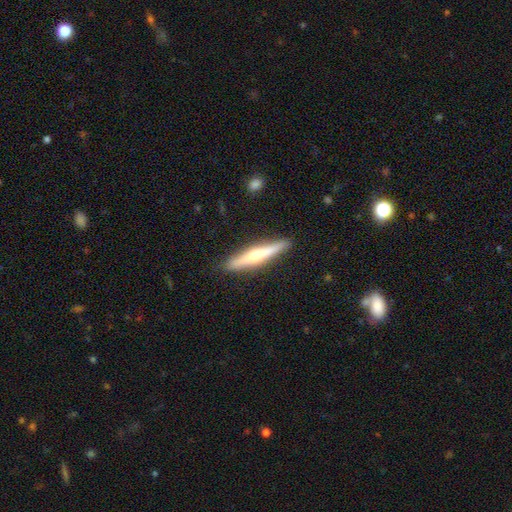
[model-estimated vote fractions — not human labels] smooth_or_featured: featured or disk (p=0.65) [alt: smooth p=0.30]
disk_edge_on: yes (p=0.96) [alt: no p=0.04]
edge_on_bulge: rounded (p=0.90) [alt: none p=0.07]
merging: none (p=0.91) [alt: minor disturbance p=0.07]